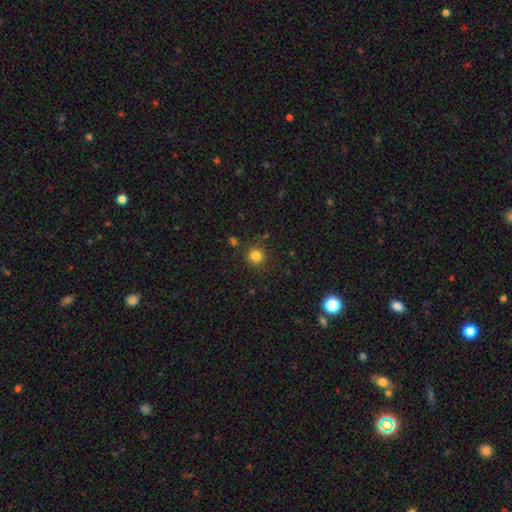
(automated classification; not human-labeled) A smooth galaxy with no disk features (82%) that is round (91%). Merging: none (85%).